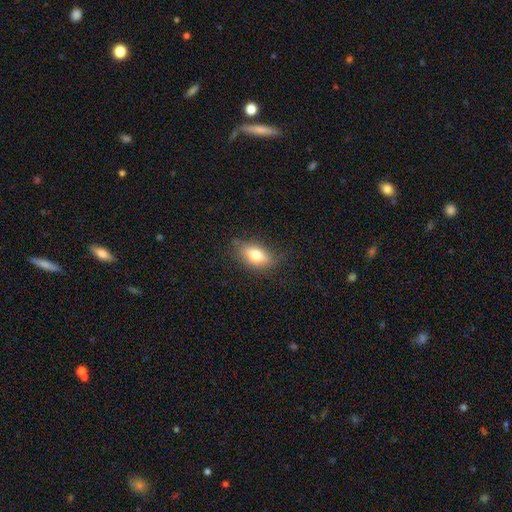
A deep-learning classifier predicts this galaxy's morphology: smooth 69%, featured or disk 23%, star or artifact 8%. Down the decision tree: how rounded — in between (80%); merging — none (75%).